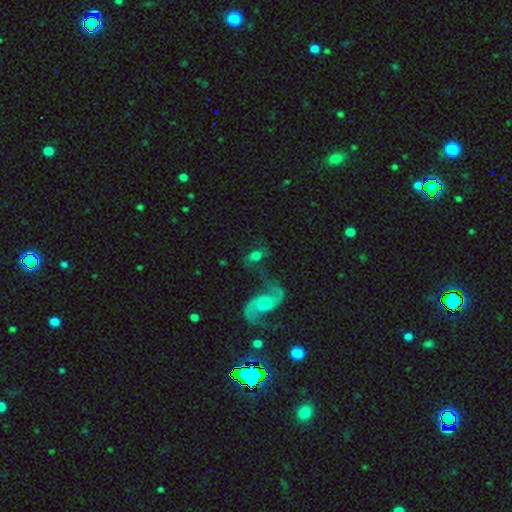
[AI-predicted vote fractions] smooth-or-featured: featured or disk: 49% | smooth: 39% | star or artifact: 11%
  merging: none: 37% | merger: 35% | minor disturbance: 15% | major disturbance: 14%